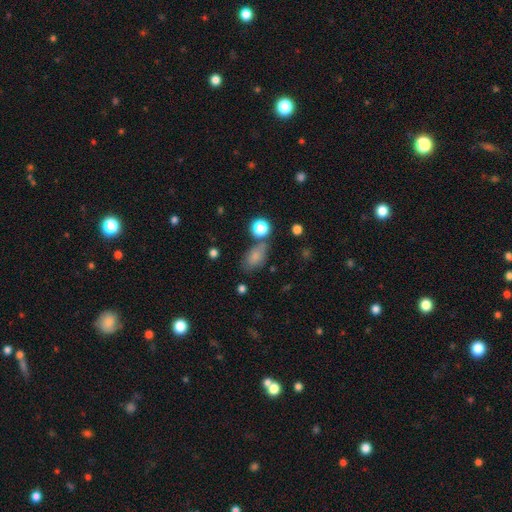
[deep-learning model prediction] smooth-or-featured: smooth: 77% | star or artifact: 12% | featured or disk: 11%
  how-rounded: in between: 85% | round: 12% | cigar-shaped: 3%
  merging: none: 58% | minor disturbance: 22% | merger: 11% | major disturbance: 8%